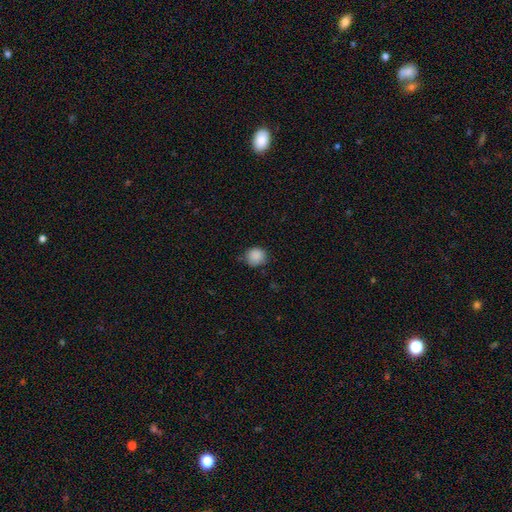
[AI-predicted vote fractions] A smooth galaxy with no disk features (88%) that is round (87%). Merging: none (77%).